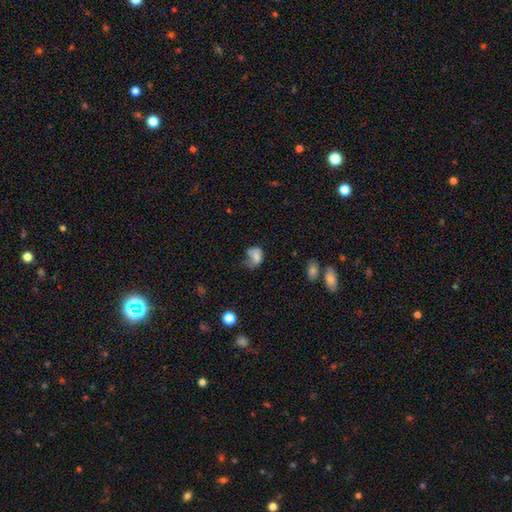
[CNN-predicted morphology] Smooth or featured?
  - smooth: 66% *
  - featured or disk: 22%
  - star or artifact: 12%
How rounded?
  - in between: 68% *
  - round: 30%
  - cigar-shaped: 1%
Merging?
  - major disturbance: 40% *
  - minor disturbance: 27%
  - none: 25%
  - merger: 8%